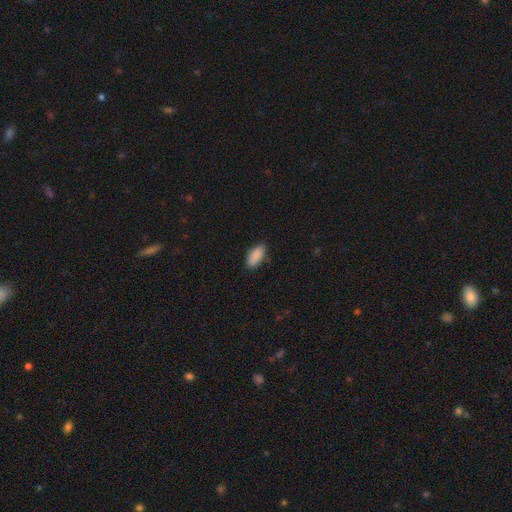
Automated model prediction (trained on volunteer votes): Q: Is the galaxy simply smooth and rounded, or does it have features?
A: smooth — 89%.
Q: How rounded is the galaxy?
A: in between — 87%.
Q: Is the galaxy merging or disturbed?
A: none — 82%.